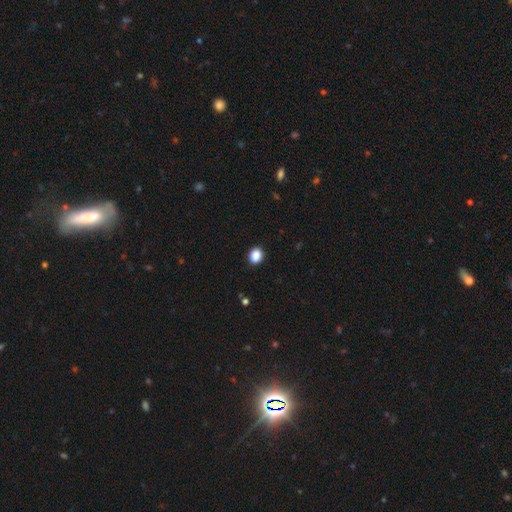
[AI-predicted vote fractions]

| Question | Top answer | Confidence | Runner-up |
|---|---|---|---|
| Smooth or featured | smooth | 87% | star or artifact (10%) |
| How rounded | round | 56% | in between (43%) |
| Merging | none | 91% | minor disturbance (6%) |